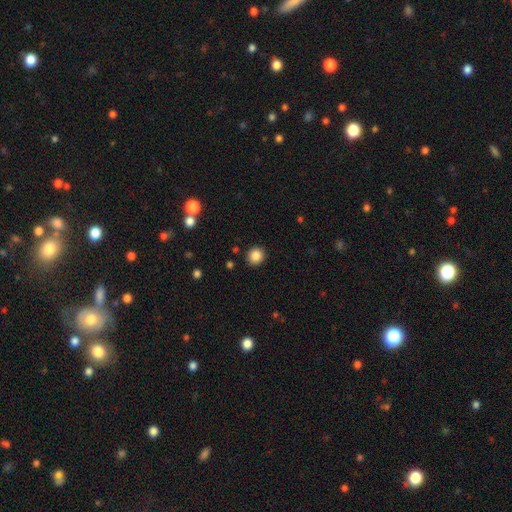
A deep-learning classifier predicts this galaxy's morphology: This appears to be a smooth galaxy with no disk features (86%) that is round (87%). Merging: none (90%).